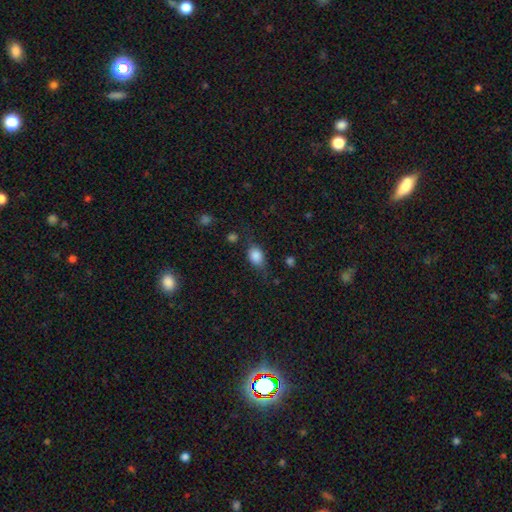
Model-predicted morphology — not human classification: Smooth or featured: smooth — 81% (featured or disk — 9%)
How rounded: in between — 71% (round — 26%)
Merging: none — 60% (minor disturbance — 26%)